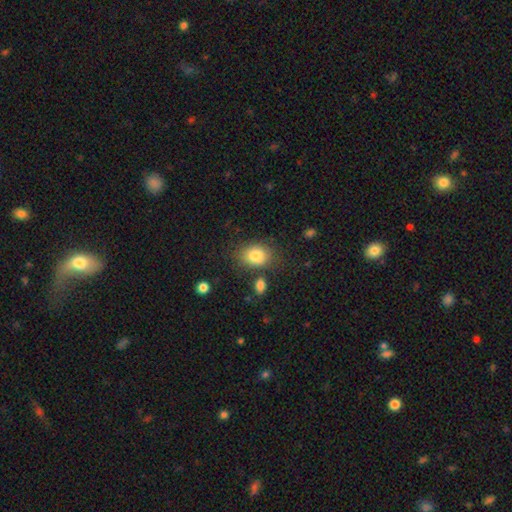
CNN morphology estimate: Smooth or featured? smooth (83%)
How rounded? in between (62%)
Merging? none (74%)